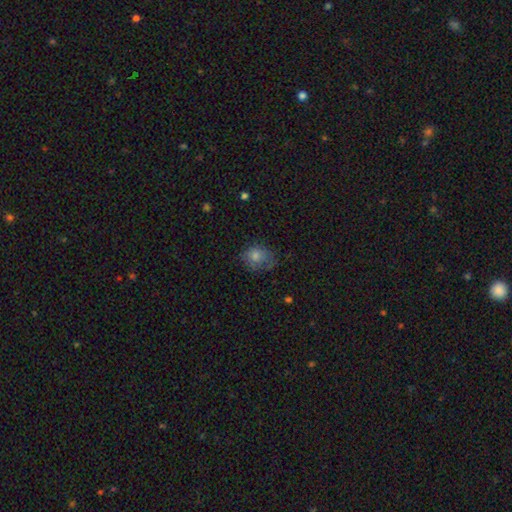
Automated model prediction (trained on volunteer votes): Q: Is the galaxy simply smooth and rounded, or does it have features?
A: smooth — 73%.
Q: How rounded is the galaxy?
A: round — 55%.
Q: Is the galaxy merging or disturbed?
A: none — 58%.